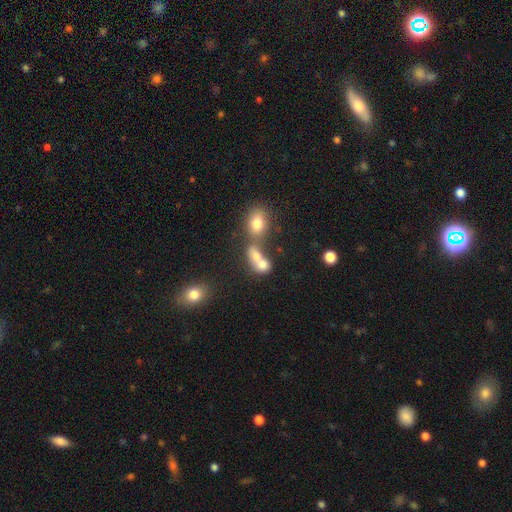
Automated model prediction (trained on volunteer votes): Overall: smooth (71%). How rounded: in between (66%; round 30%). Merging: merger (63%).